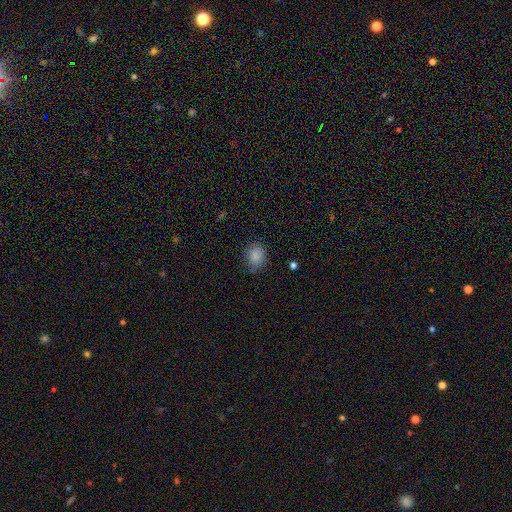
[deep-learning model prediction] smooth-or-featured: smooth: 85% | star or artifact: 10% | featured or disk: 5%
  how-rounded: round: 61% | in between: 38% | cigar-shaped: 1%
  merging: none: 77% | minor disturbance: 17% | major disturbance: 4% | merger: 1%